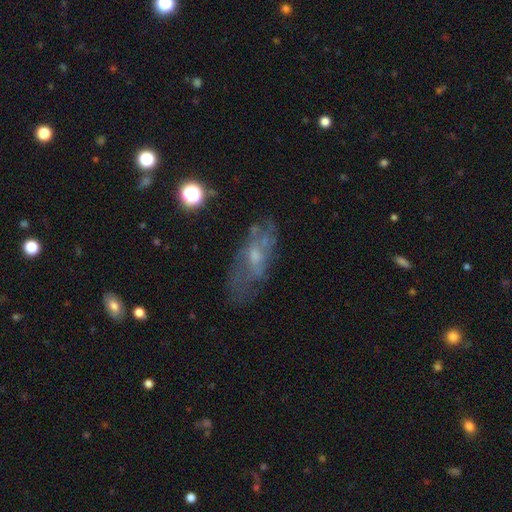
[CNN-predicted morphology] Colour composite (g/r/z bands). It shows a featured or disk galaxy (57%). Merging: none (59%).